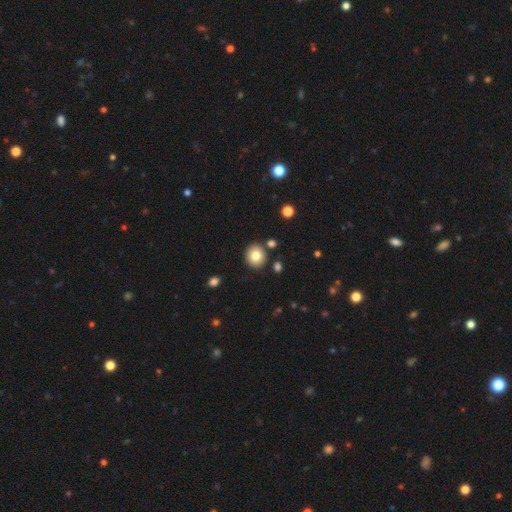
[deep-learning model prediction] Smooth or featured?
  - smooth: 81% *
  - star or artifact: 10%
  - featured or disk: 9%
How rounded?
  - round: 86% *
  - in between: 13%
  - cigar-shaped: 1%
Merging?
  - none: 86% *
  - minor disturbance: 7%
  - merger: 5%
  - major disturbance: 2%